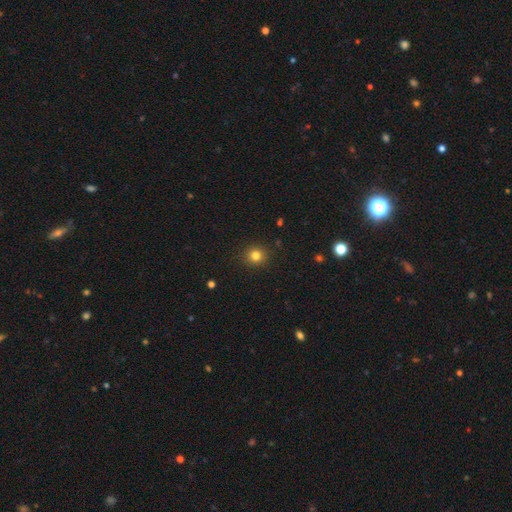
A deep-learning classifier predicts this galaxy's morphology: The model was most divided on "smooth or featured": smooth: 81%, star or artifact: 13%, featured or disk: 6%. More confident: merging — none (91%); how rounded — round (88%).